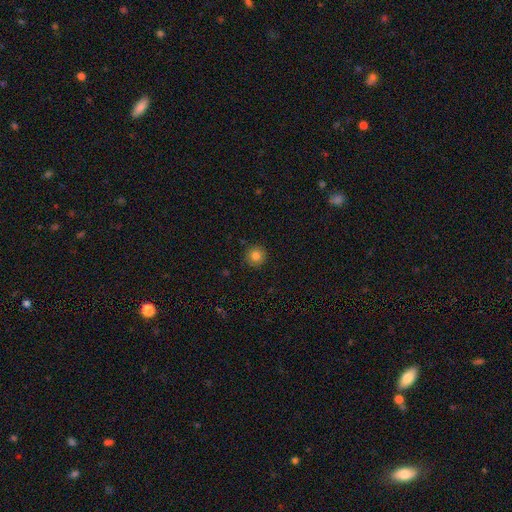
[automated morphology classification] Q: Smooth or featured?
A: smooth (82%); runner-up: star or artifact (11%)
Q: How rounded?
A: round (95%); runner-up: in between (4%)
Q: Merging?
A: none (90%); runner-up: minor disturbance (7%)